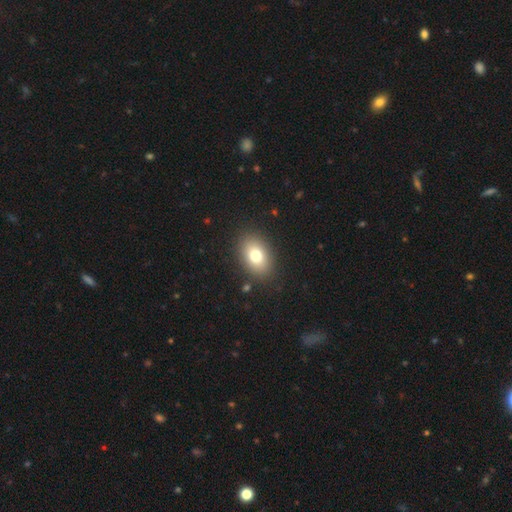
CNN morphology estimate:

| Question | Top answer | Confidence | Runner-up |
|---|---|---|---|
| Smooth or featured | smooth | 77% | featured or disk (13%) |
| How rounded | in between | 81% | round (18%) |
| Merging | none | 88% | minor disturbance (8%) |